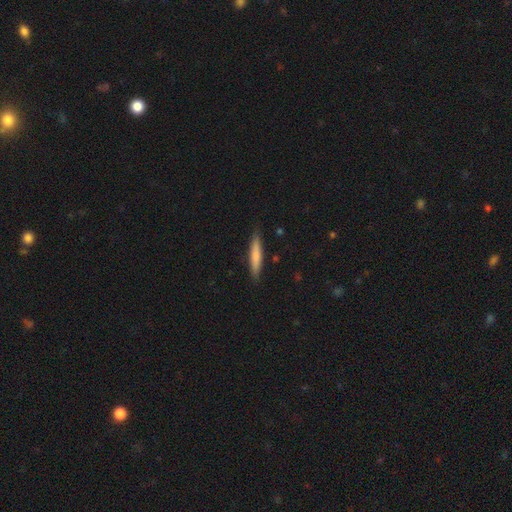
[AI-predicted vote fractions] A smooth galaxy with no disk features (75%) that is cigar-shaped (90%). Merging: none (86%).